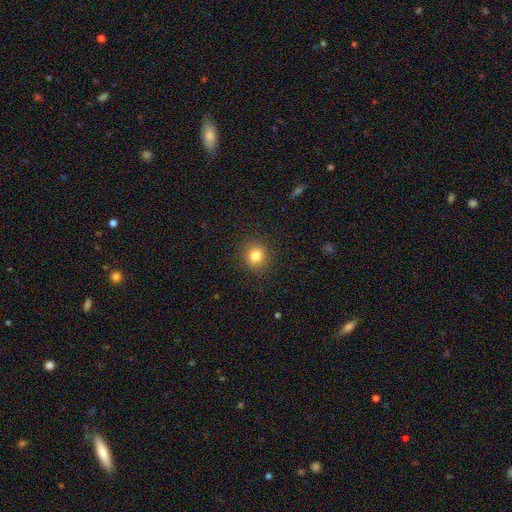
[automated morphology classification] Smooth or featured? smooth (82%)
How rounded? round (87%)
Merging? none (91%)